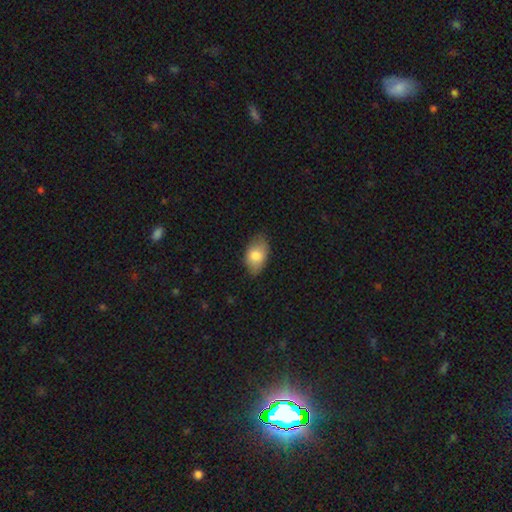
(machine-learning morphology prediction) A smooth galaxy with no disk features (80%) that is in between round and cigar-shaped (91%).

Vote fractions:
- Smooth or featured? smooth: 80% / featured or disk: 13% / star or artifact: 7%
- How rounded? in between: 91% / round: 8% / cigar-shaped: 1%
- Merging? none: 74% / minor disturbance: 21% / major disturbance: 4% / merger: 1%